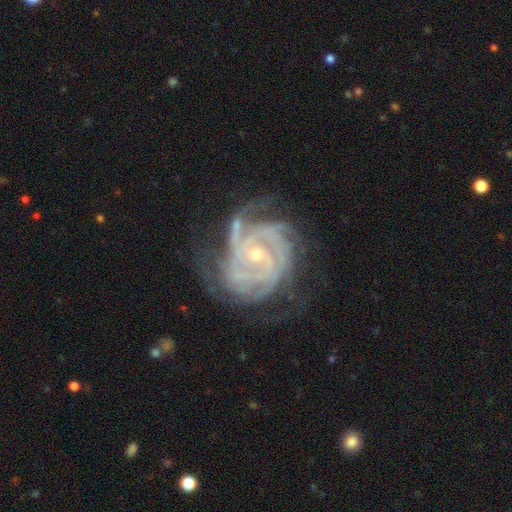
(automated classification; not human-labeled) Smooth or featured: featured or disk — 91% (star or artifact — 5%)
Edge-on disk: no — 98% (yes — 2%)
Bar: no — 60% (weak — 30%)
Spiral arms: yes — 98% (no — 2%)
Spiral winding: tight — 74% (medium — 23%)
Spiral arm count: 3 — 27% (4 — 24%)
Bulge size: small — 68% (moderate — 29%)
Merging: none — 60% (minor disturbance — 23%)